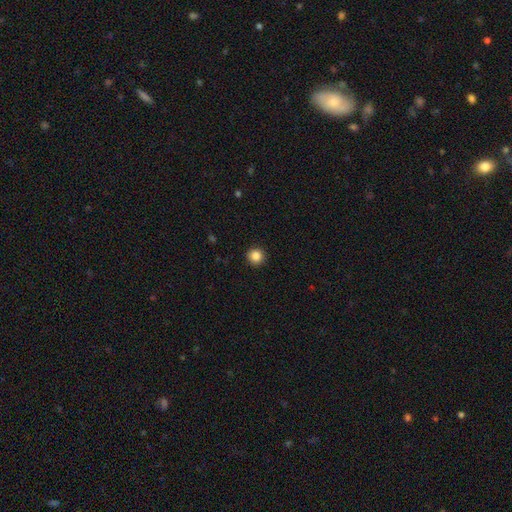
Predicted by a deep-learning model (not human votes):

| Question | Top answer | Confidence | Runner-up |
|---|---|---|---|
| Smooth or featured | smooth | 85% | star or artifact (11%) |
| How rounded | round | 95% | in between (4%) |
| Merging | none | 93% | minor disturbance (4%) |